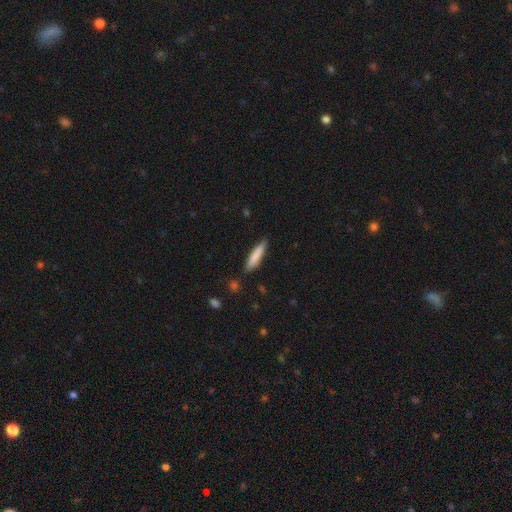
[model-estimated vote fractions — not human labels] This is clearly a smooth galaxy (80%). How rounded: clearly cigar-shaped (87%). Merging: clearly none (85%).